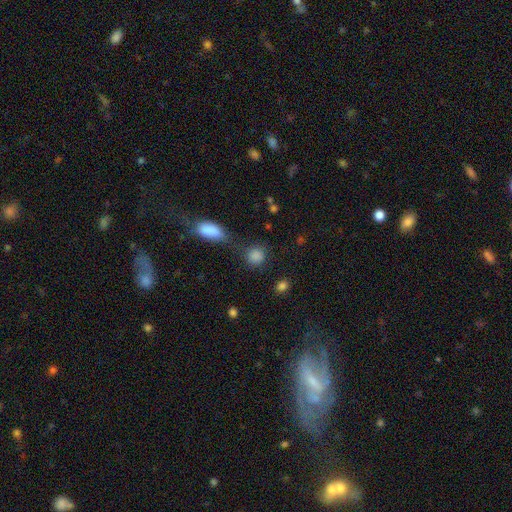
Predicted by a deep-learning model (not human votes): Morphology: type=smooth (85%); roundness=round (80%); merging=none (66%).